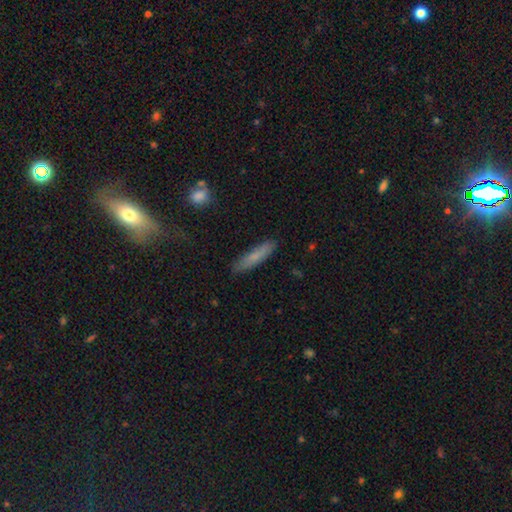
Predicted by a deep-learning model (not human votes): This appears to be a smooth galaxy with no disk features (76%) that is cigar-shaped (85%). Merging: none (87%).